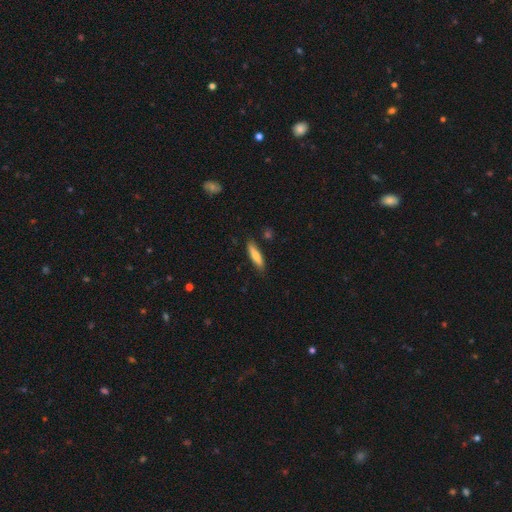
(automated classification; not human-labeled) A smooth galaxy with no disk features (74%) that is cigar-shaped (78%).

Vote fractions:
- Smooth or featured? smooth: 74% / featured or disk: 20% / star or artifact: 6%
- How rounded? cigar-shaped: 78% / in between: 21% / round: 2%
- Merging? none: 83% / minor disturbance: 13% / major disturbance: 2% / merger: 2%